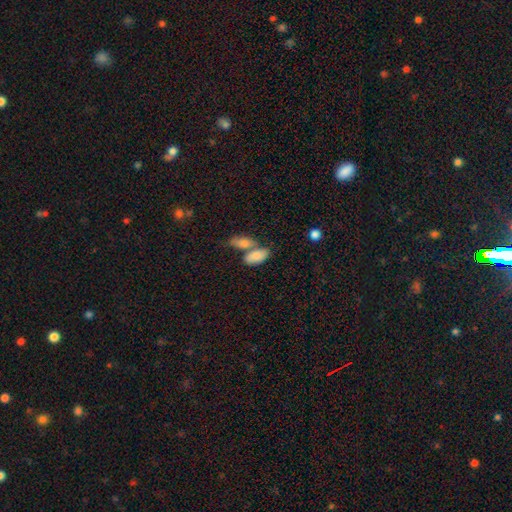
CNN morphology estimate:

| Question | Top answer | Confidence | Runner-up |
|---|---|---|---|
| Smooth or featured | smooth | 82% | featured or disk (11%) |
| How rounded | in between | 92% | cigar-shaped (5%) |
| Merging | merger | 55% | none (31%) |